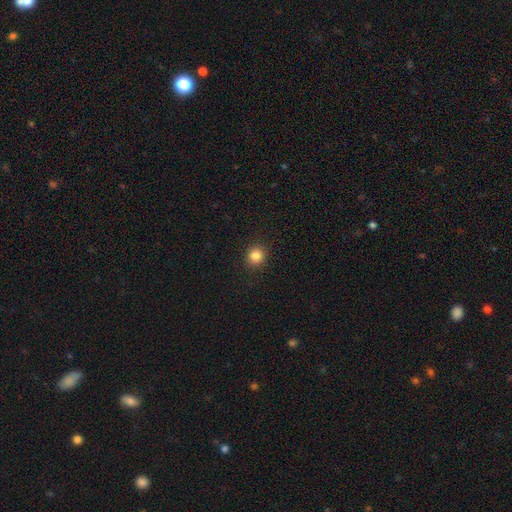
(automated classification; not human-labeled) Overall: smooth (84%). How rounded: round (89%). Merging: none (91%).